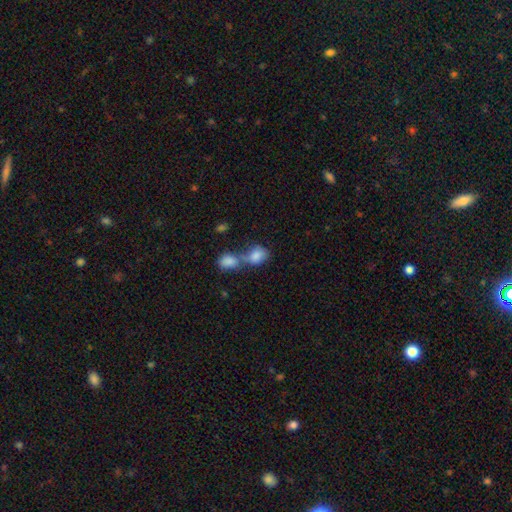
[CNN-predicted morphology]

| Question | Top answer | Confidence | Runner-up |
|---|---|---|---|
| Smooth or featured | smooth | 83% | featured or disk (9%) |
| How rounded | in between | 70% | round (28%) |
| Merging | merger | 67% | none (20%) |